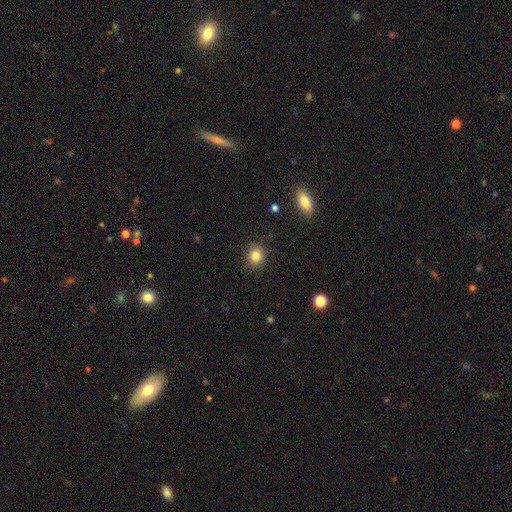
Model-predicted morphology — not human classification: smooth-or-featured: smooth: 83% | star or artifact: 11% | featured or disk: 6%
  how-rounded: round: 79% | in between: 20% | cigar-shaped: 1%
  merging: none: 88% | minor disturbance: 8% | major disturbance: 2% | merger: 1%